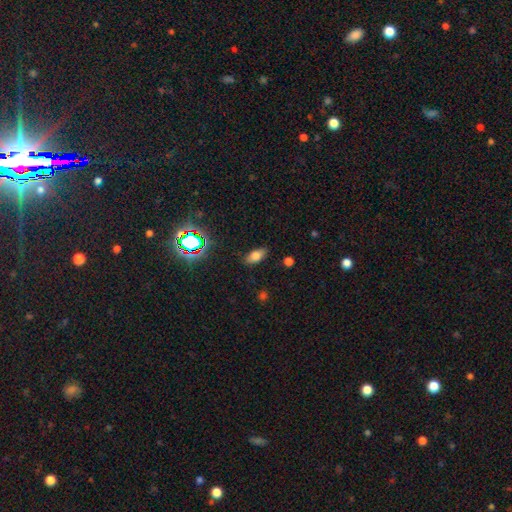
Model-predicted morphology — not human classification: Smooth or featured?
  - smooth: 74% *
  - star or artifact: 15%
  - featured or disk: 12%
How rounded?
  - in between: 87% *
  - cigar-shaped: 8%
  - round: 5%
Merging?
  - none: 84% *
  - minor disturbance: 12%
  - major disturbance: 3%
  - merger: 1%